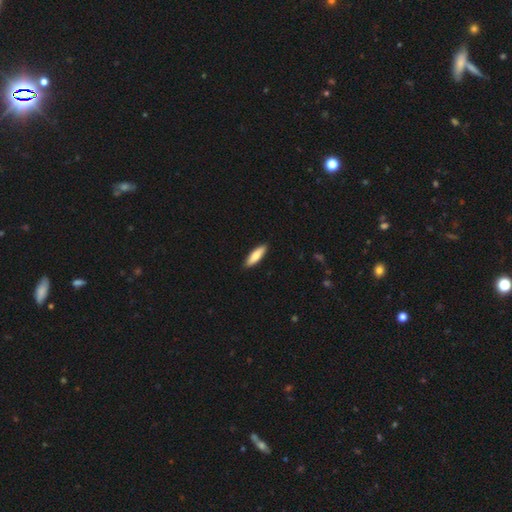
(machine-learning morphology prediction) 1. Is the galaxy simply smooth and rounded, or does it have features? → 78% smooth, 16% featured or disk, 5% star or artifact.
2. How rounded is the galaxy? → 59% cigar-shaped, 40% in between, 2% round.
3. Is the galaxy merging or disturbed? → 90% none, 7% minor disturbance, 1% major disturbance, 1% merger.